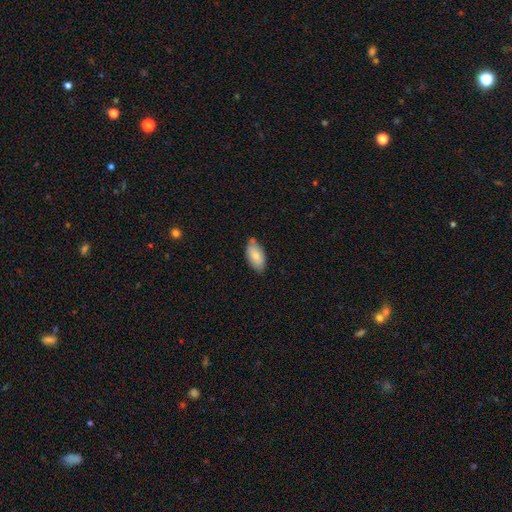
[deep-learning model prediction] Morphology: type=smooth (76%); roundness=in between (94%); merging=none (71%).